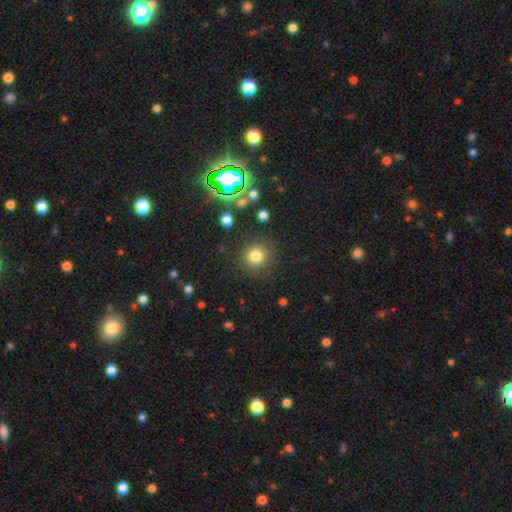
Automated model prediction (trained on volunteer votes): Smooth or featured? smooth (78%)
How rounded? round (93%)
Merging? none (85%)